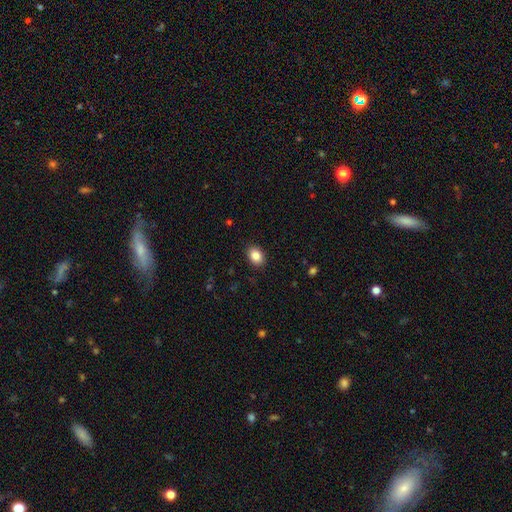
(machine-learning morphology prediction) smooth-or-featured: smooth: 86% | star or artifact: 9% | featured or disk: 6%
  how-rounded: in between: 74% | round: 25% | cigar-shaped: 1%
  merging: none: 90% | minor disturbance: 8% | major disturbance: 2% | merger: 1%